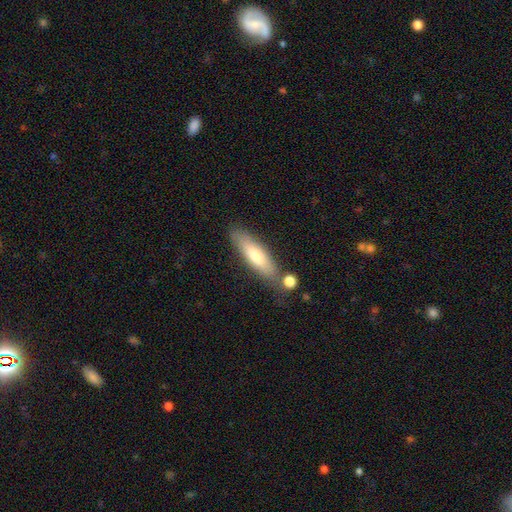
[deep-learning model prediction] Smooth or featured?
  - smooth: 69% *
  - featured or disk: 25%
  - star or artifact: 6%
How rounded?
  - cigar-shaped: 63% *
  - in between: 35%
  - round: 2%
Merging?
  - none: 73% *
  - minor disturbance: 14%
  - merger: 9%
  - major disturbance: 4%